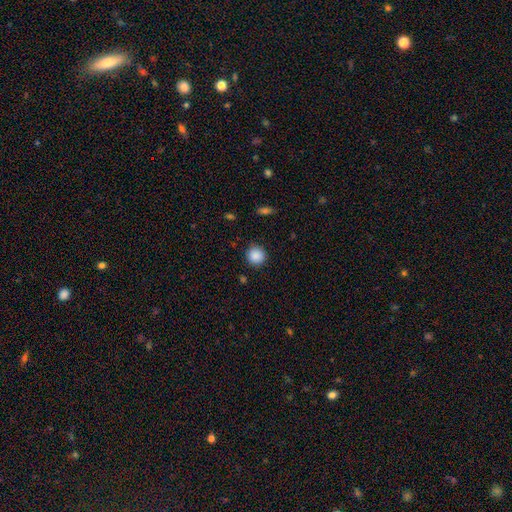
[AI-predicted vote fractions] This is clearly a smooth galaxy (88%). How rounded: clearly round (94%). Merging: clearly none (89%).